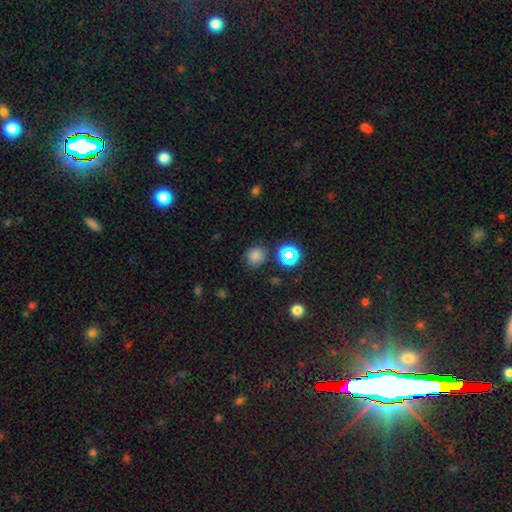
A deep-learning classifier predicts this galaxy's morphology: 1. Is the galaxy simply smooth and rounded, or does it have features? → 75% smooth, 20% star or artifact, 5% featured or disk.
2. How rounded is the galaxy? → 84% round, 15% in between, 1% cigar-shaped.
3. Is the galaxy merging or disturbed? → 79% none, 13% minor disturbance, 4% merger, 4% major disturbance.